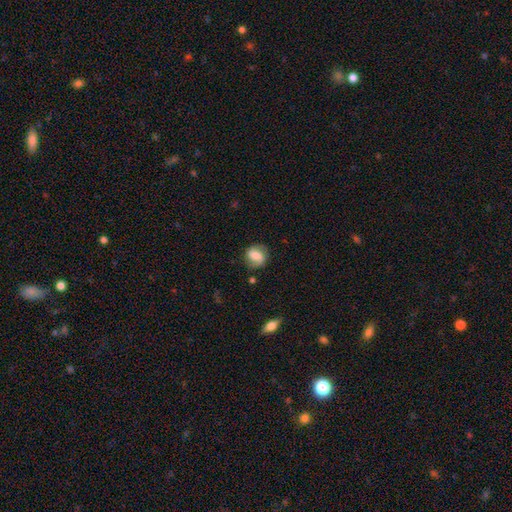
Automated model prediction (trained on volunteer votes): Smooth or featured? featured or disk (47%)
Merging? none (73%)